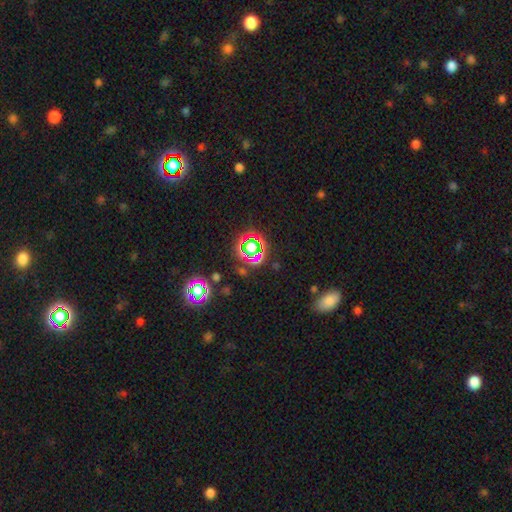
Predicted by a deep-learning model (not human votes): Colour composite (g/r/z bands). It shows a star or artifact, not a galaxy (57%).